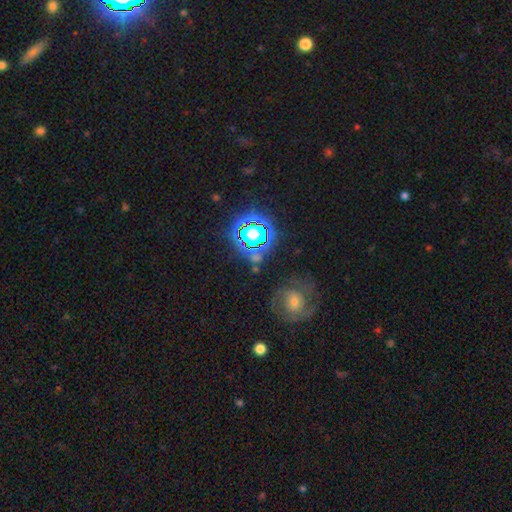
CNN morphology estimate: This appears to be a star or artifact, not a galaxy (58%).